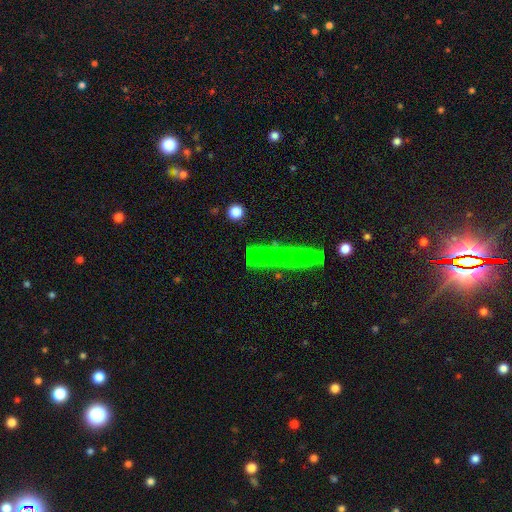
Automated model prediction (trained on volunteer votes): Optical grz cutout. It shows a star or artifact, not a galaxy (44%).